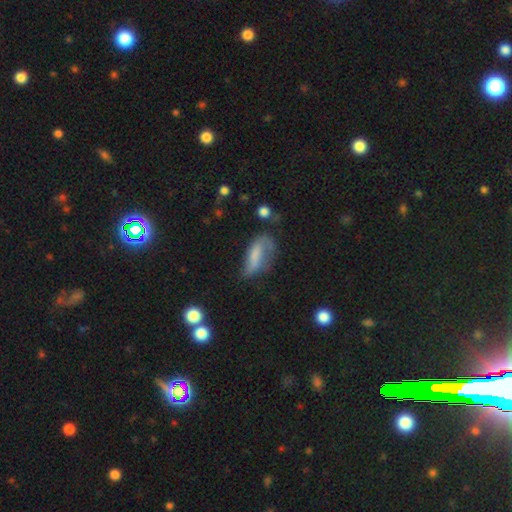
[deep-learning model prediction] Morphology: type=smooth (54%); roundness=in between (74%); merging=none (33%).